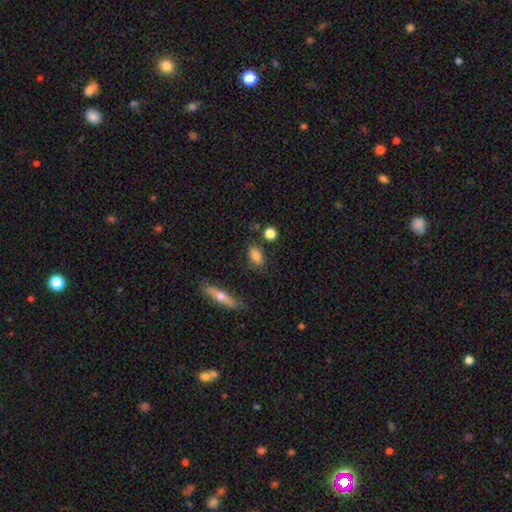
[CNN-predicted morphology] smooth 80%, featured or disk 11%, star or artifact 8%. Down the decision tree: how rounded — in between (79%); merging — none (76%).